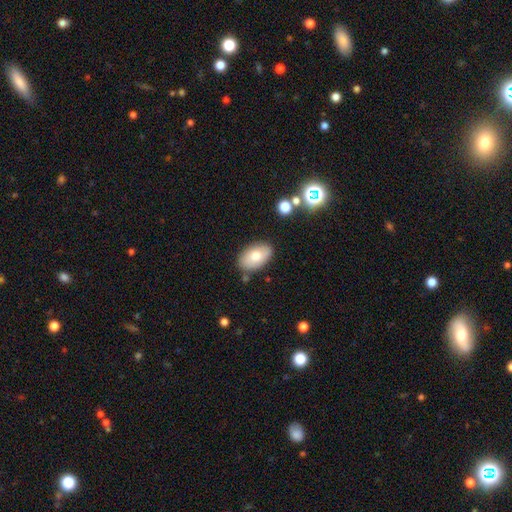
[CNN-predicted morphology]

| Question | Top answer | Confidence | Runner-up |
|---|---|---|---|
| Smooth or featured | smooth | 73% | featured or disk (19%) |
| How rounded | in between | 93% | round (6%) |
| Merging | none | 80% | minor disturbance (14%) |